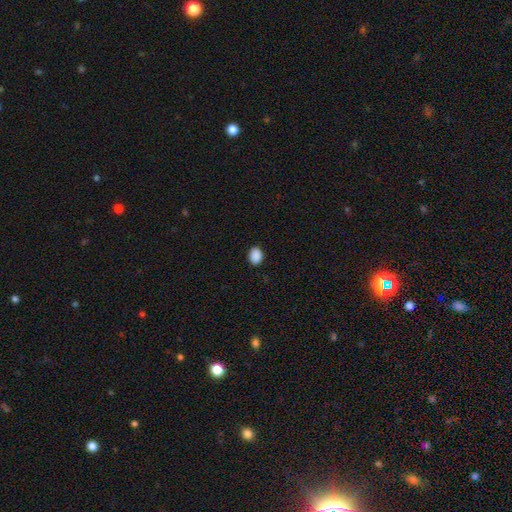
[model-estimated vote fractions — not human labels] The model was most divided on "how rounded": in between: 58%, round: 41%, cigar-shaped: 1%. More confident: merging — none (90%); smooth or featured — smooth (90%).